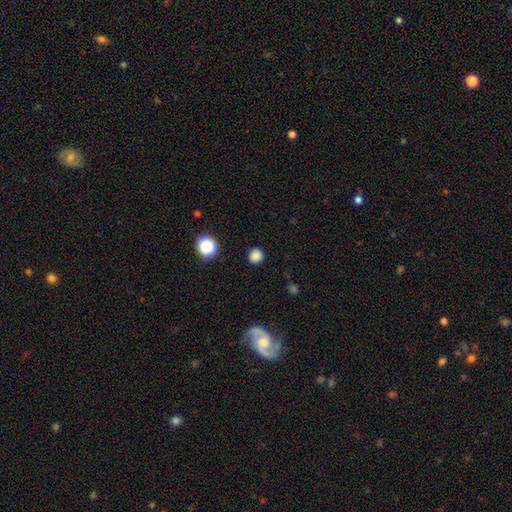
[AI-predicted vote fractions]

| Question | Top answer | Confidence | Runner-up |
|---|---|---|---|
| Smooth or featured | smooth | 84% | star or artifact (13%) |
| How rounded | round | 93% | in between (6%) |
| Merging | none | 91% | minor disturbance (6%) |